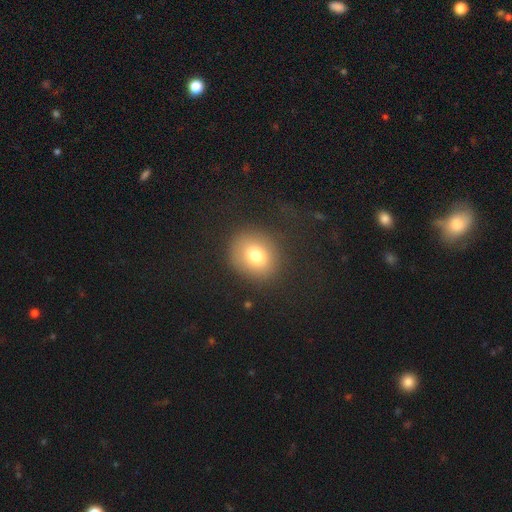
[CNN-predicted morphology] smooth_or_featured: smooth (p=0.75) [alt: star or artifact p=0.13]
how_rounded: round (p=0.74) [alt: in between p=0.26]
merging: none (p=0.81) [alt: minor disturbance p=0.11]